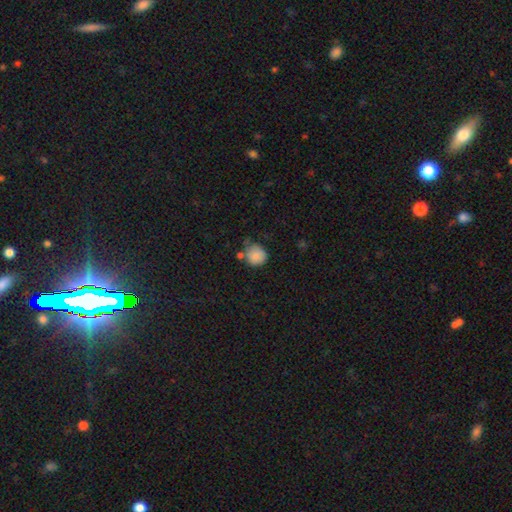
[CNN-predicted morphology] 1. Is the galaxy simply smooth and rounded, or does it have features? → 85% smooth, 9% star or artifact, 6% featured or disk.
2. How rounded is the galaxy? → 87% round, 13% in between, 1% cigar-shaped.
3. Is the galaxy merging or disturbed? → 61% none, 21% minor disturbance, 12% merger, 6% major disturbance.